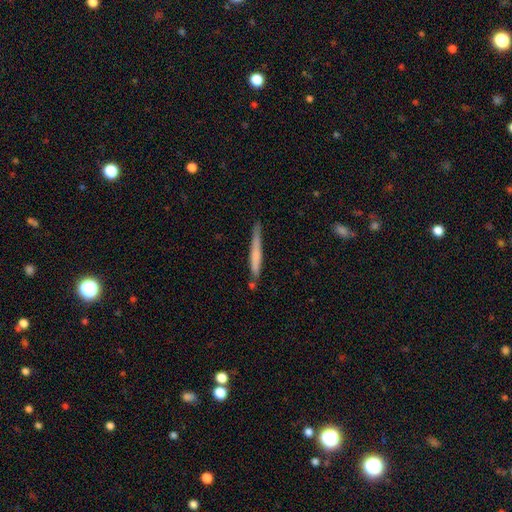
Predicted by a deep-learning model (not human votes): Smooth or featured: smooth — 59% (featured or disk — 35%)
How rounded: cigar-shaped — 96% (in between — 3%)
Merging: none — 78% (minor disturbance — 15%)